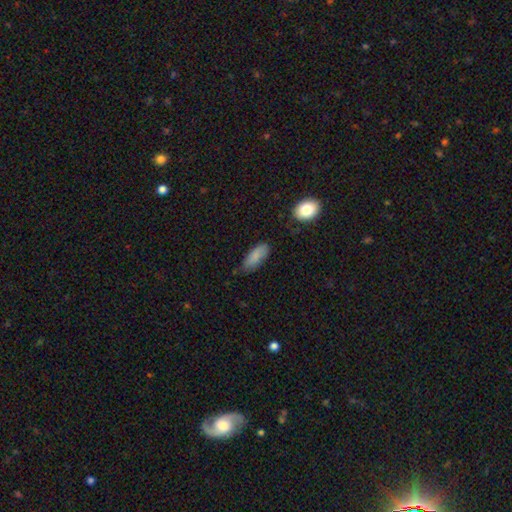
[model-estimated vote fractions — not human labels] Smooth or featured: smooth — 84% (featured or disk — 9%)
How rounded: in between — 77% (cigar-shaped — 20%)
Merging: none — 68% (minor disturbance — 25%)